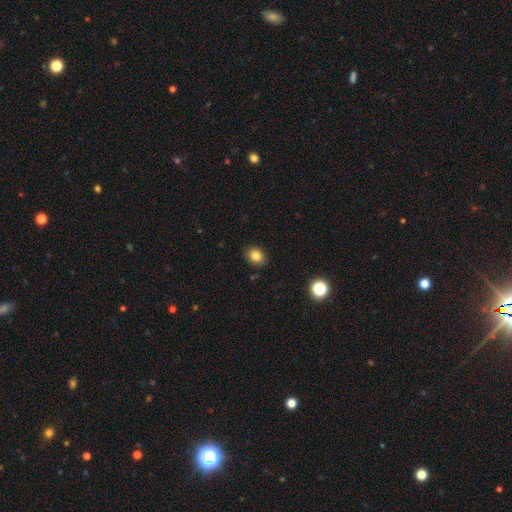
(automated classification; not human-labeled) Smooth or featured?
  - smooth: 83% *
  - star or artifact: 11%
  - featured or disk: 7%
How rounded?
  - in between: 51% *
  - round: 48%
  - cigar-shaped: 1%
Merging?
  - none: 87% *
  - minor disturbance: 9%
  - major disturbance: 2%
  - merger: 1%